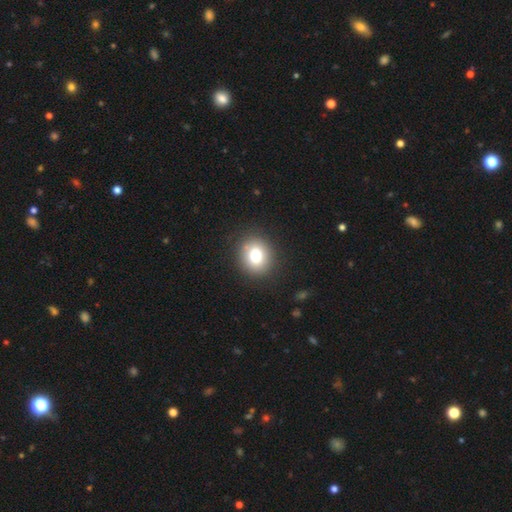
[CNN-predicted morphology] Smooth or featured: smooth — 77% (star or artifact — 11%)
How rounded: round — 78% (in between — 21%)
Merging: none — 89% (minor disturbance — 7%)